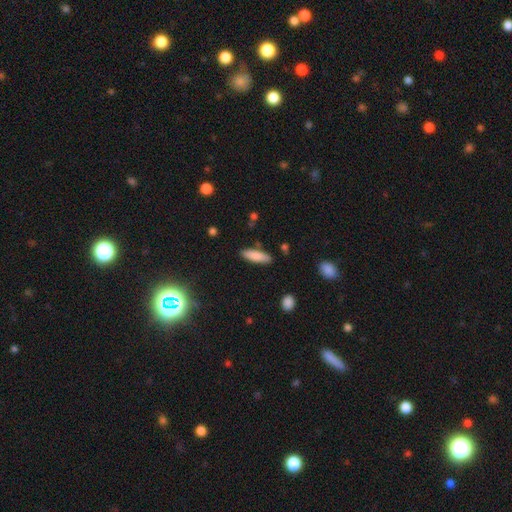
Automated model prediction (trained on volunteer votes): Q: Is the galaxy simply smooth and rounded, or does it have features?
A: smooth — 82%.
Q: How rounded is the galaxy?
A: cigar-shaped — 58%.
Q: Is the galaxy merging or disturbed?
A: none — 85%.